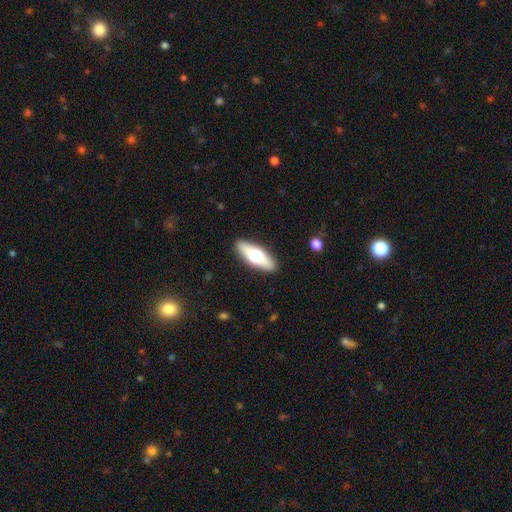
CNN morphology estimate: Smooth or featured?
  - smooth: 54% *
  - featured or disk: 40%
  - star or artifact: 6%
How rounded?
  - in between: 54% *
  - cigar-shaped: 43%
  - round: 3%
Merging?
  - none: 89% *
  - minor disturbance: 8%
  - major disturbance: 2%
  - merger: 1%